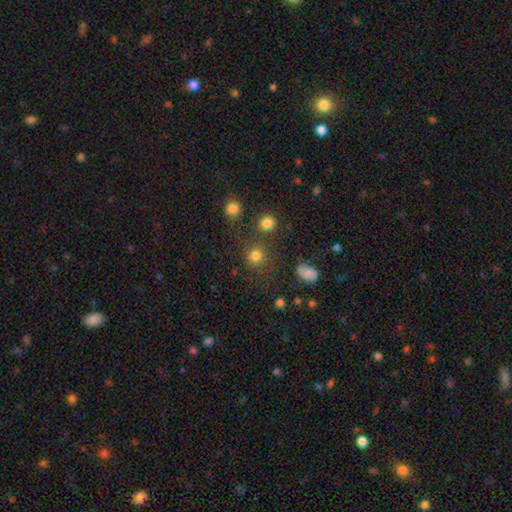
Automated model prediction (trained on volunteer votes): Overall: smooth (79%). How rounded: round (89%). Merging: none (76%).